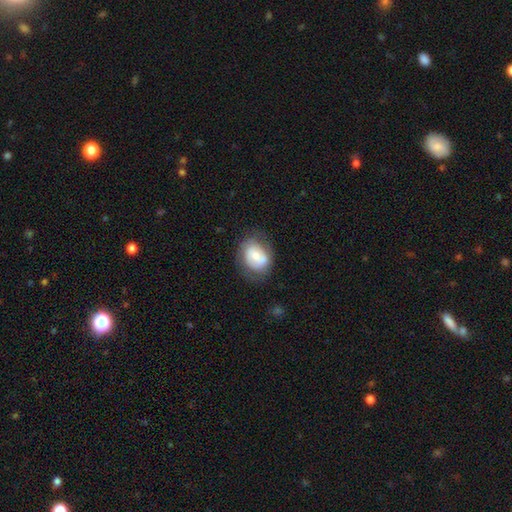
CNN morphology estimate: Q: Smooth or featured?
A: smooth (52%); runner-up: featured or disk (41%)
Q: How rounded?
A: in between (54%); runner-up: round (45%)
Q: Merging?
A: none (67%); runner-up: minor disturbance (21%)